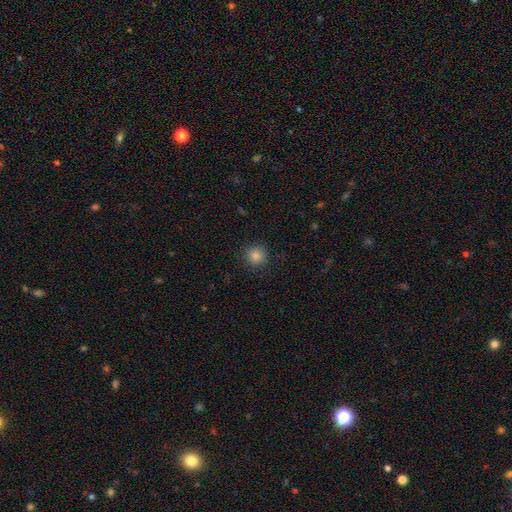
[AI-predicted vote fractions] Smooth or featured?
  - smooth: 83% *
  - star or artifact: 13%
  - featured or disk: 4%
How rounded?
  - round: 94% *
  - in between: 5%
  - cigar-shaped: 1%
Merging?
  - none: 91% *
  - minor disturbance: 6%
  - major disturbance: 2%
  - merger: 1%